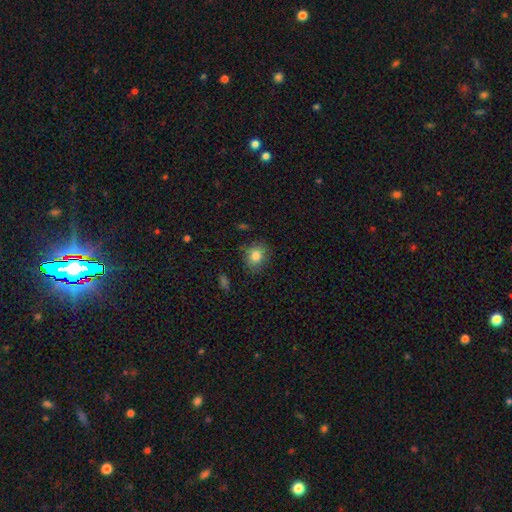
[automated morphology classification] smooth_or_featured: smooth (p=0.82) [alt: star or artifact p=0.10]
how_rounded: round (p=0.65) [alt: in between p=0.34]
merging: none (p=0.82) [alt: minor disturbance p=0.13]